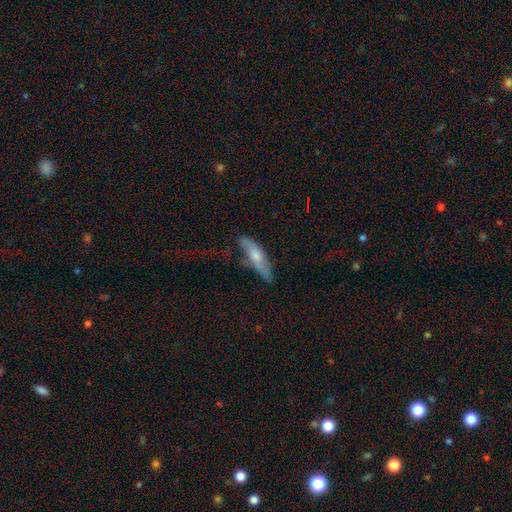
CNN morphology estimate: smooth 50%, featured or disk 44%, star or artifact 7%. Down the decision tree: merging — none (49%).